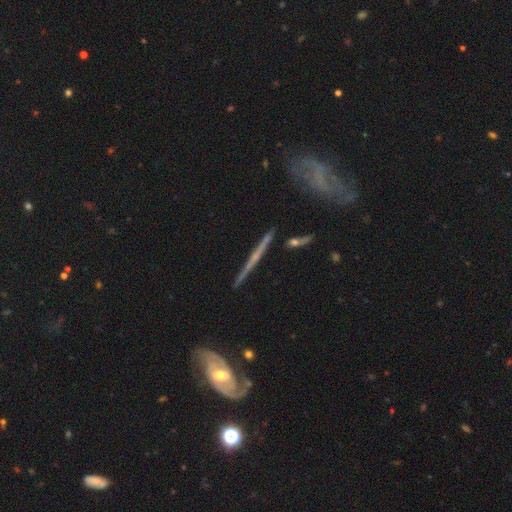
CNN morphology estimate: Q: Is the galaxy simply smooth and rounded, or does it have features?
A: featured or disk — 75%.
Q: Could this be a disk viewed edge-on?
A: yes — 94%.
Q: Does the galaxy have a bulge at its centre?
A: none — 54%.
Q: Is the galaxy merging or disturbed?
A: none — 83%.